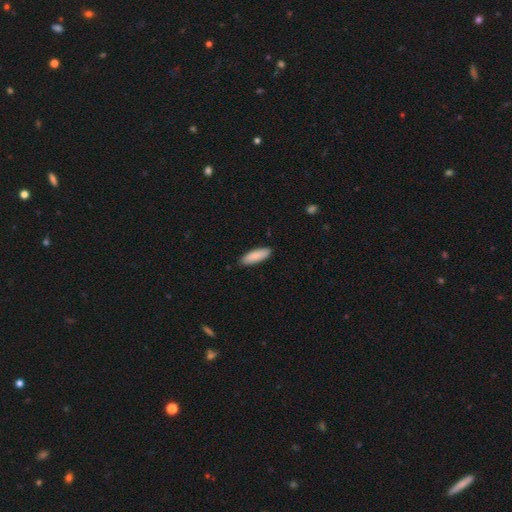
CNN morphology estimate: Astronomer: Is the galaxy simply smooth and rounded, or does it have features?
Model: smooth — 87%.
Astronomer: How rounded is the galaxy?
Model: in between — 55% (runner-up: cigar-shaped, 44%).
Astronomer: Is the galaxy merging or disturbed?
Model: none — 88%.